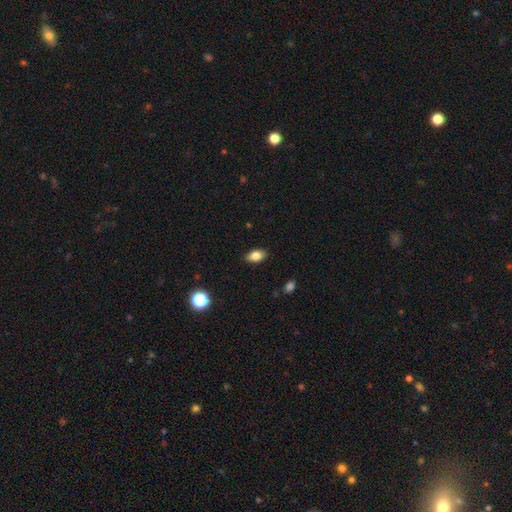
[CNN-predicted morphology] smooth 84%, star or artifact 9%, featured or disk 7%. Down the decision tree: how rounded — in between (89%); merging — none (88%).